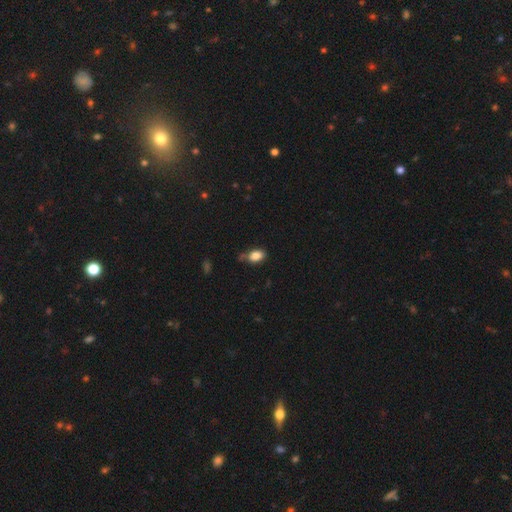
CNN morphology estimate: A smooth galaxy with no disk features (86%) that is in between round and cigar-shaped (86%).

Vote fractions:
- Smooth or featured? smooth: 86% / star or artifact: 9% / featured or disk: 6%
- How rounded? in between: 86% / round: 12% / cigar-shaped: 2%
- Merging? none: 62% / minor disturbance: 25% / merger: 7% / major disturbance: 6%